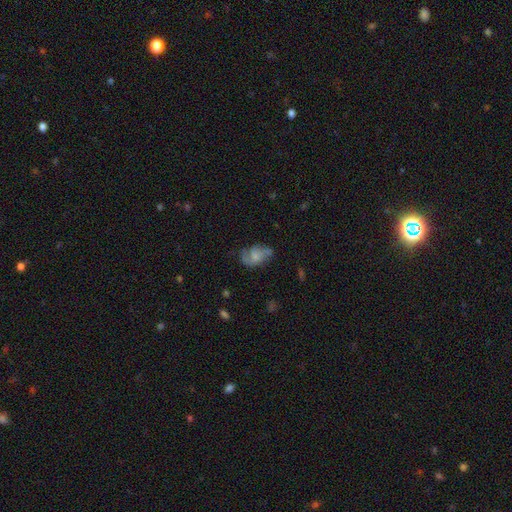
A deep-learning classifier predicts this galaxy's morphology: Q: Smooth or featured?
A: featured or disk (50%); runner-up: smooth (41%)
Q: Edge-on disk?
A: no (96%); runner-up: yes (4%)
Q: Merging?
A: none (51%); runner-up: minor disturbance (28%)